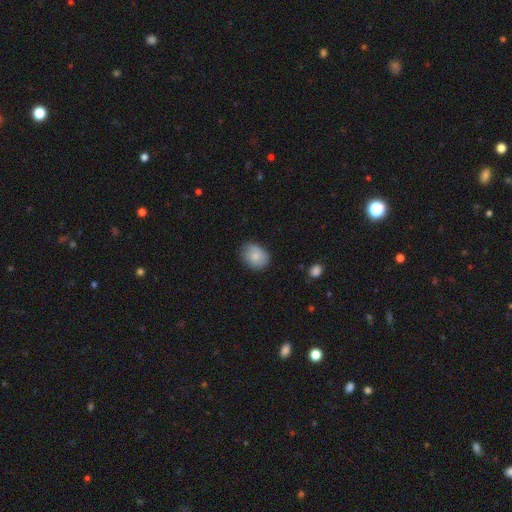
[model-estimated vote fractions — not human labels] smooth-or-featured: smooth: 82% | featured or disk: 11% | star or artifact: 7%
  how-rounded: in between: 57% | round: 42% | cigar-shaped: 1%
  merging: none: 77% | minor disturbance: 19% | major disturbance: 3% | merger: 1%